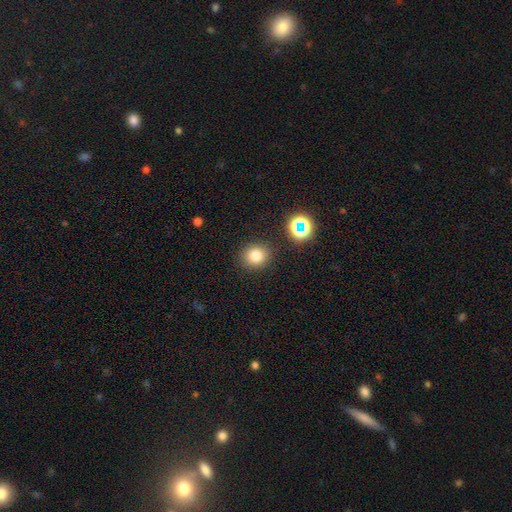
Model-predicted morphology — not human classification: Smooth or featured?
  - smooth: 77% *
  - star or artifact: 16%
  - featured or disk: 7%
How rounded?
  - round: 79% *
  - in between: 20%
  - cigar-shaped: 1%
Merging?
  - none: 86% *
  - minor disturbance: 8%
  - major disturbance: 3%
  - merger: 3%